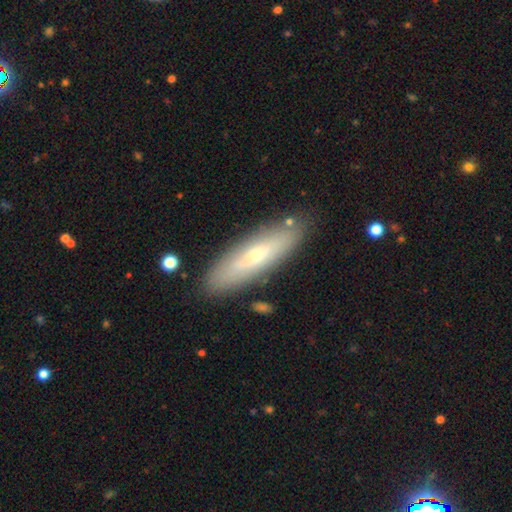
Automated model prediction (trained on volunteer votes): Smooth or featured?
  - smooth: 63% *
  - featured or disk: 31%
  - star or artifact: 6%
How rounded?
  - cigar-shaped: 62% *
  - in between: 36%
  - round: 2%
Merging?
  - none: 84% *
  - minor disturbance: 11%
  - major disturbance: 3%
  - merger: 2%